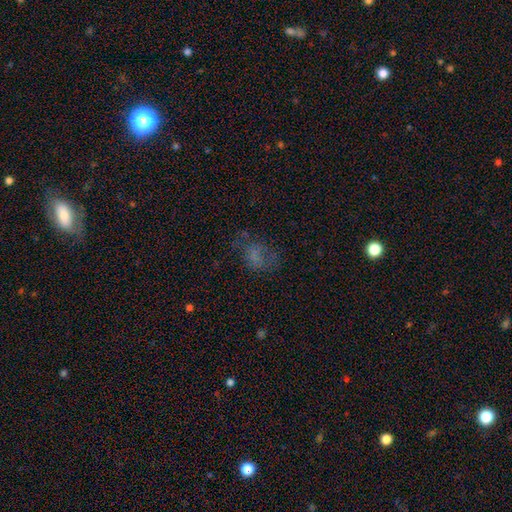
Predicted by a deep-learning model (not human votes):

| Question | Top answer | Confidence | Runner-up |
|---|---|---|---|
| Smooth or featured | smooth | 50% | featured or disk (26%) |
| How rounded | in between | 70% | round (28%) |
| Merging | none | 48% | major disturbance (27%) |